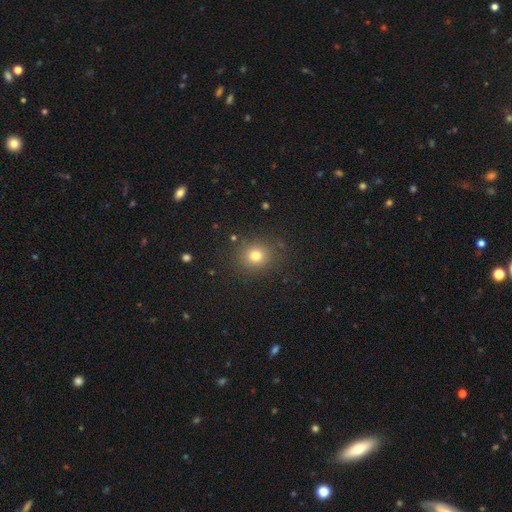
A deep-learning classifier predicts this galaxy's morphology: Smooth or featured? smooth (76%)
How rounded? round (82%)
Merging? none (85%)